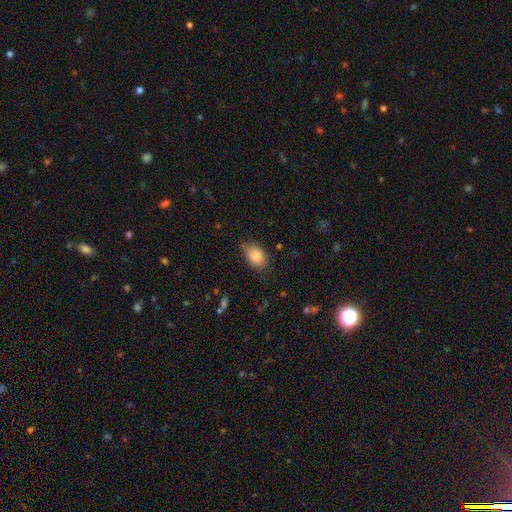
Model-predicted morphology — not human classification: A smooth galaxy with no disk features (85%) that is in between round and cigar-shaped (80%).

Vote fractions:
- Smooth or featured? smooth: 85% / star or artifact: 8% / featured or disk: 7%
- How rounded? in between: 80% / round: 19% / cigar-shaped: 1%
- Merging? none: 74% / minor disturbance: 20% / major disturbance: 4% / merger: 2%